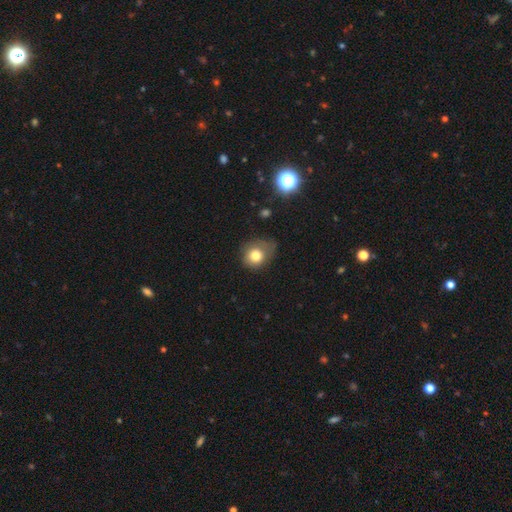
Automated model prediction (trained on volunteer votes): A smooth galaxy with no disk features (77%) that is round (72%). Merging: none (47%).